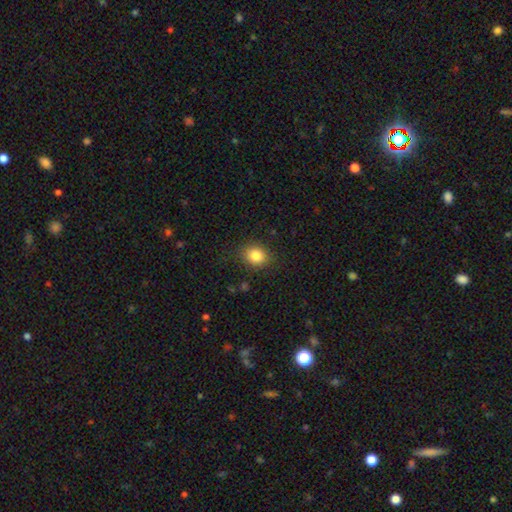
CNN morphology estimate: smooth_or_featured: smooth (p=0.83) [alt: star or artifact p=0.10]
how_rounded: round (p=0.64) [alt: in between p=0.35]
merging: none (p=0.85) [alt: minor disturbance p=0.10]